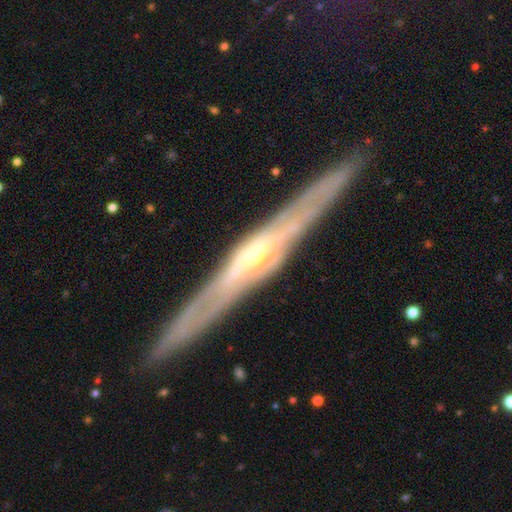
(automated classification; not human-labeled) Smooth or featured?
  - featured or disk: 85% *
  - smooth: 9%
  - star or artifact: 6%
Edge-on disk?
  - yes: 91% *
  - no: 9%
Edge-on bulge?
  - rounded: 70% *
  - none: 20%
  - boxy: 10%
Merging?
  - none: 89% *
  - minor disturbance: 8%
  - major disturbance: 2%
  - merger: 1%